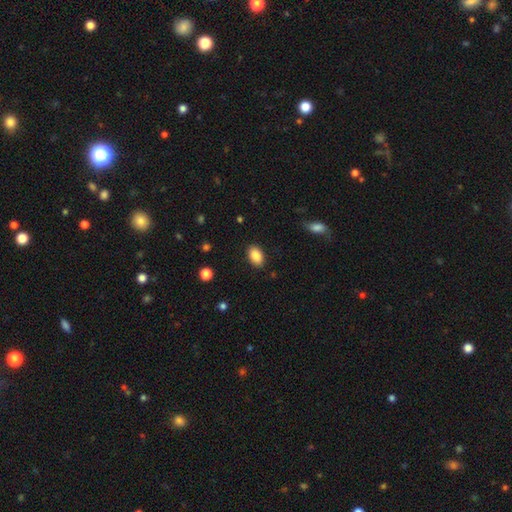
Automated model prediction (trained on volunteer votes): The model was most divided on "merging": none: 88%, minor disturbance: 9%, major disturbance: 2%, merger: 1%. More confident: how rounded — in between (90%); smooth or featured — smooth (88%).